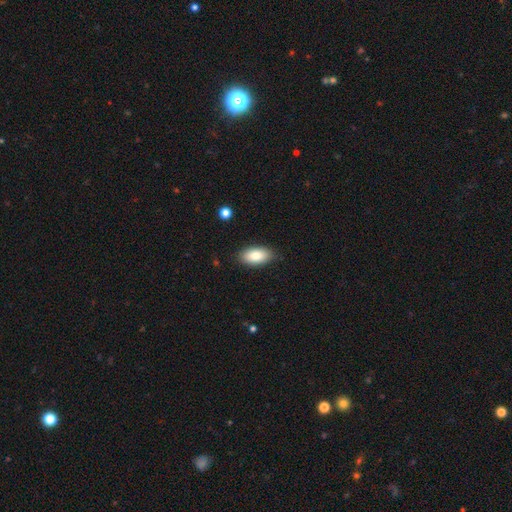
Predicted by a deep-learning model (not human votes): Smooth or featured?
  - smooth: 82% *
  - featured or disk: 11%
  - star or artifact: 7%
How rounded?
  - in between: 92% *
  - cigar-shaped: 4%
  - round: 3%
Merging?
  - none: 84% *
  - minor disturbance: 12%
  - major disturbance: 2%
  - merger: 1%